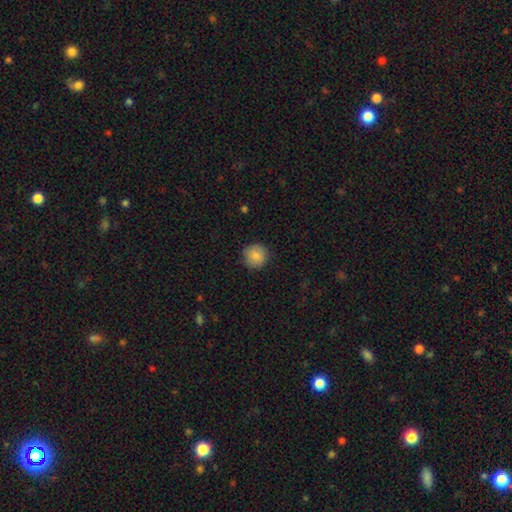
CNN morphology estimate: This appears to be a smooth galaxy with no disk features (86%) that is round (93%). Merging: none (87%).